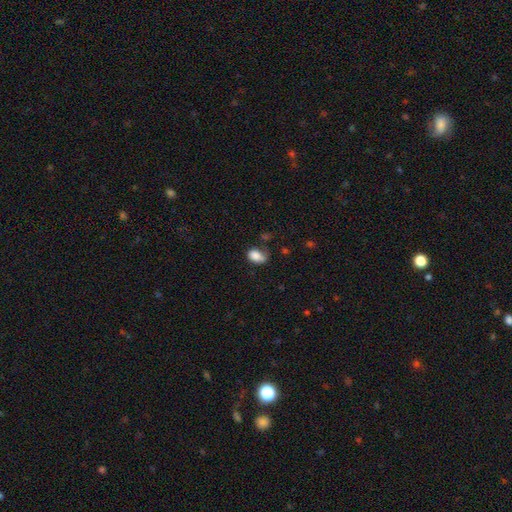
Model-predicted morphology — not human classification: Smooth or featured? Predicted: smooth (p=0.83). How rounded? Predicted: in between (p=0.83). Merging? Predicted: none (p=0.45).